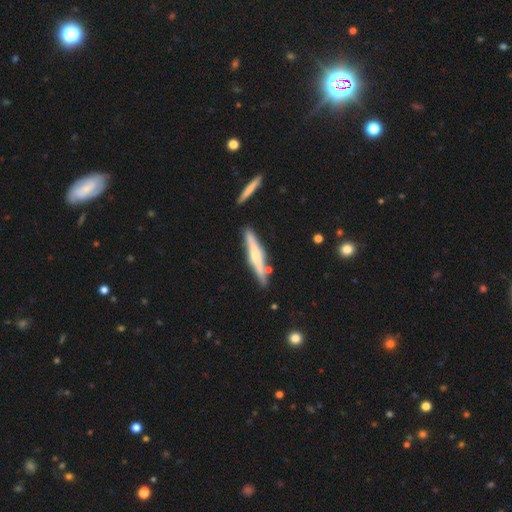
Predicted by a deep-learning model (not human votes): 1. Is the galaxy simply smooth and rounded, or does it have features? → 58% featured or disk, 36% smooth, 6% star or artifact.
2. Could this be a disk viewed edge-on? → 96% yes, 4% no.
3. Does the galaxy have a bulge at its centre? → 69% rounded, 20% none, 11% boxy.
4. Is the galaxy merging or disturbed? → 81% none, 11% minor disturbance, 6% merger, 2% major disturbance.